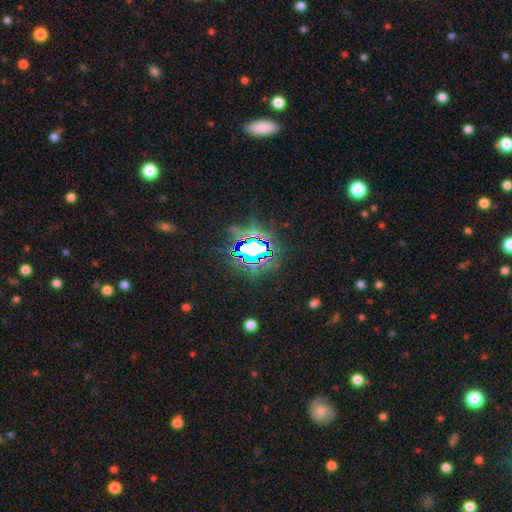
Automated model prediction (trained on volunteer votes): Overall: star or artifact (78%).